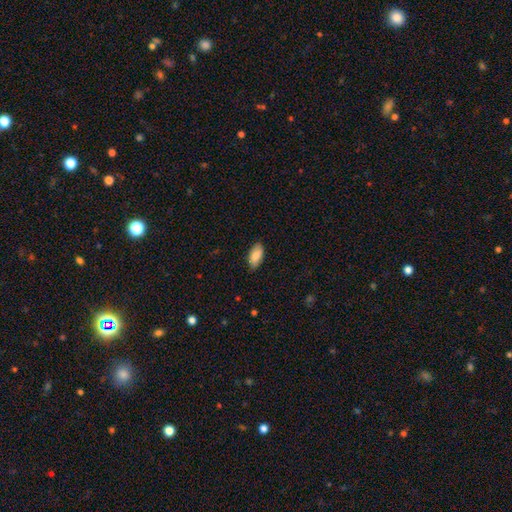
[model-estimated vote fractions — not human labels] Morphology: type=smooth (85%); roundness=in between (92%); merging=none (84%).